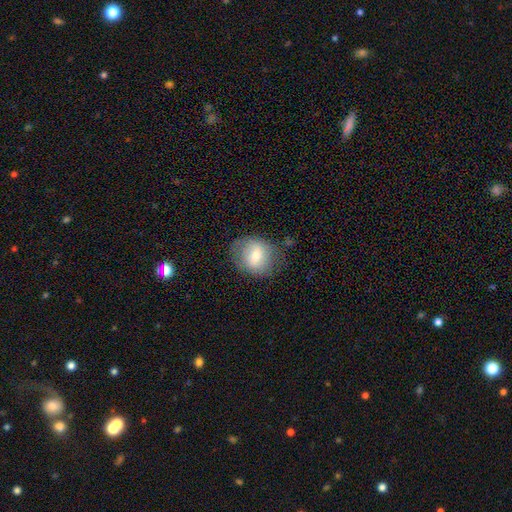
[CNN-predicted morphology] Smooth or featured?
  - smooth: 67% *
  - featured or disk: 25%
  - star or artifact: 8%
How rounded?
  - round: 59% *
  - in between: 39%
  - cigar-shaped: 1%
Merging?
  - none: 71% *
  - minor disturbance: 20%
  - major disturbance: 8%
  - merger: 2%